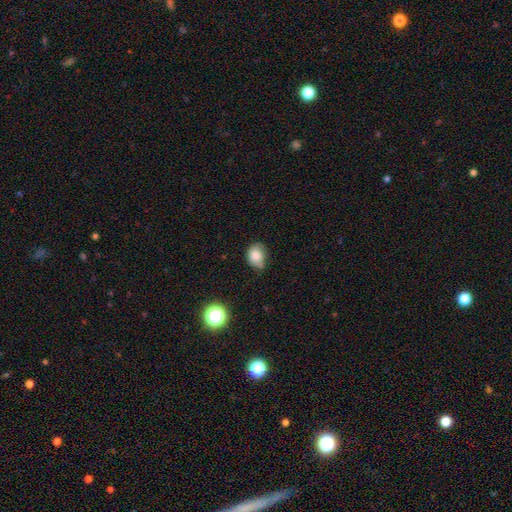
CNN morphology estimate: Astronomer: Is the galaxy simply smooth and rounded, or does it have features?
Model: smooth — 79%.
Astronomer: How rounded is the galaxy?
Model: in between — 54% (runner-up: round, 45%).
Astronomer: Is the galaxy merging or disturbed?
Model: none — 46% (runner-up: minor disturbance, 40%).